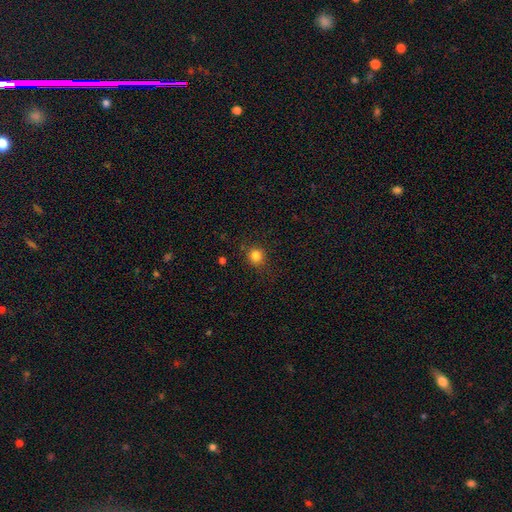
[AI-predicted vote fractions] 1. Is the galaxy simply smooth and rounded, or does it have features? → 82% smooth, 13% star or artifact, 5% featured or disk.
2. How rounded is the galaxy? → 90% round, 9% in between, 1% cigar-shaped.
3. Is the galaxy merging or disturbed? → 85% none, 10% minor disturbance, 3% major disturbance, 1% merger.